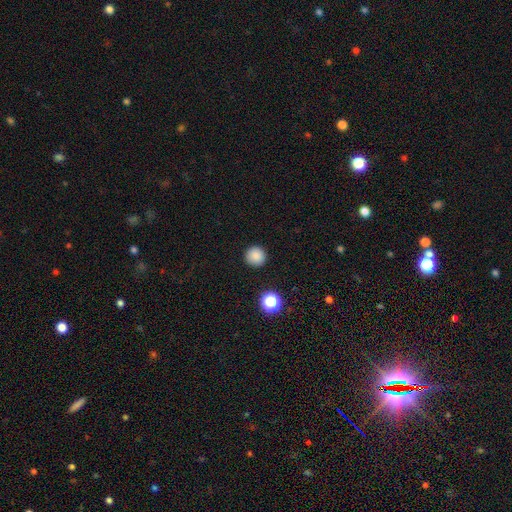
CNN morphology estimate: This appears to be a smooth galaxy with no disk features (85%) that is round (95%). Merging: none (92%).